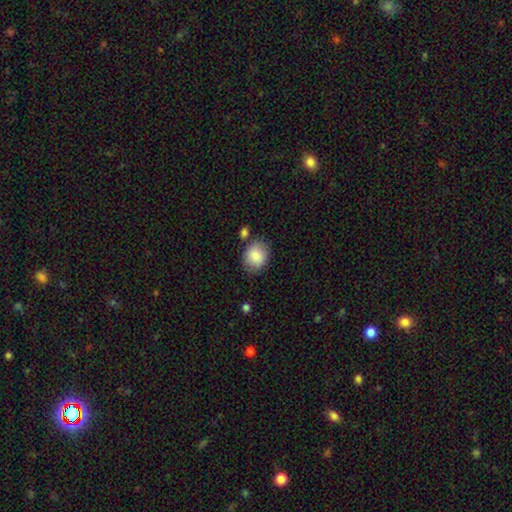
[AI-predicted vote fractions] Q: Smooth or featured?
A: smooth (86%); runner-up: star or artifact (7%)
Q: How rounded?
A: round (54%); runner-up: in between (45%)
Q: Merging?
A: none (74%); runner-up: minor disturbance (15%)